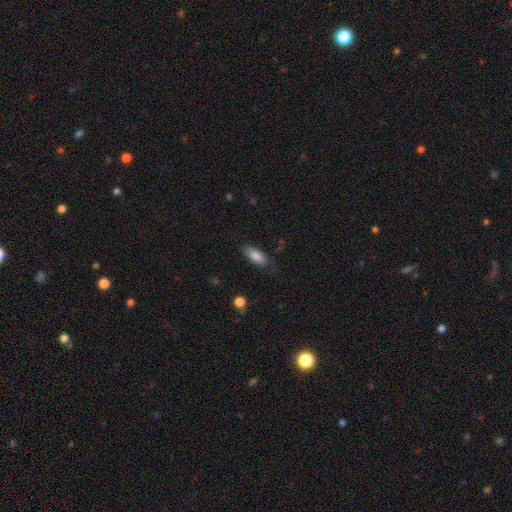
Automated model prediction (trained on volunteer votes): Q: Smooth or featured?
A: smooth (84%); runner-up: featured or disk (9%)
Q: How rounded?
A: in between (84%); runner-up: cigar-shaped (13%)
Q: Merging?
A: none (75%); runner-up: minor disturbance (18%)